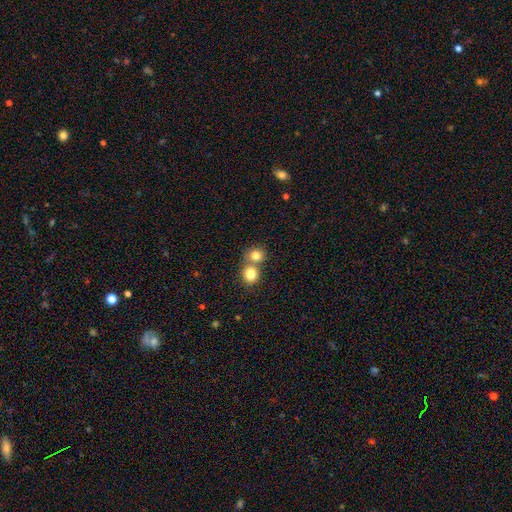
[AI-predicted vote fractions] The model was most divided on "merging": merger: 48%, none: 44%, minor disturbance: 5%, major disturbance: 2%. More confident: how rounded — round (82%); smooth or featured — smooth (81%).